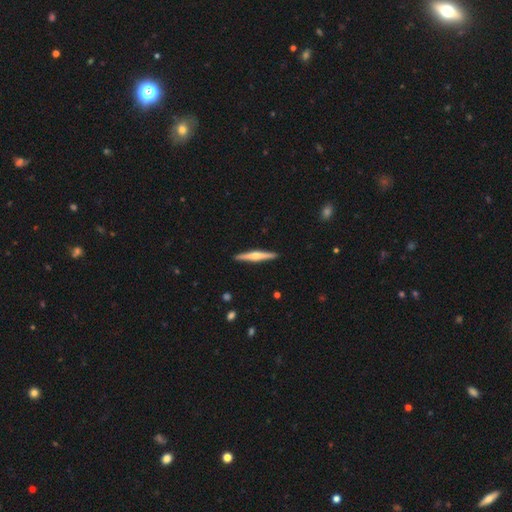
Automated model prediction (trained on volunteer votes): Smooth or featured? Predicted: featured or disk (p=0.65). Edge-on disk? Predicted: yes (p=0.98). Edge-on bulge? Predicted: rounded (p=0.82). Merging? Predicted: none (p=0.92).